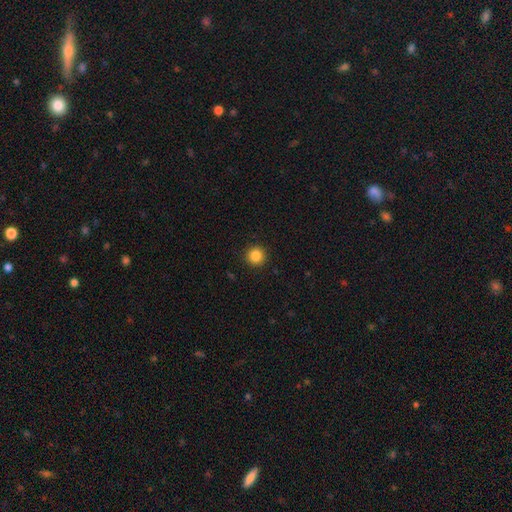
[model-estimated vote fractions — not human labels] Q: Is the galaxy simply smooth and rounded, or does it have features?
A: smooth — 86%.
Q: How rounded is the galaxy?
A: round — 95%.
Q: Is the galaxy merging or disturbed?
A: none — 93%.